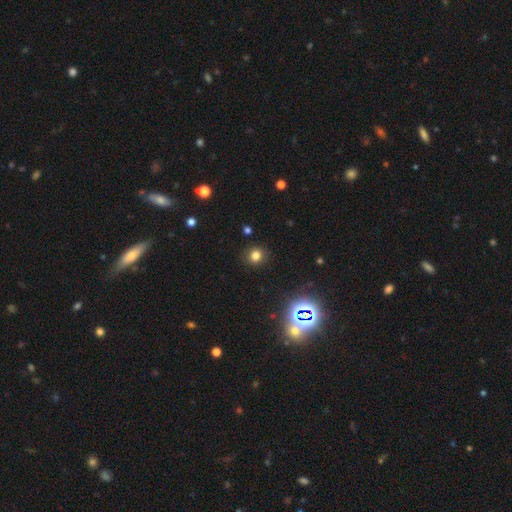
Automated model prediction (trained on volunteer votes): smooth_or_featured: smooth (p=0.76) [alt: star or artifact p=0.18]
how_rounded: round (p=0.83) [alt: in between p=0.16]
merging: none (p=0.88) [alt: minor disturbance p=0.07]